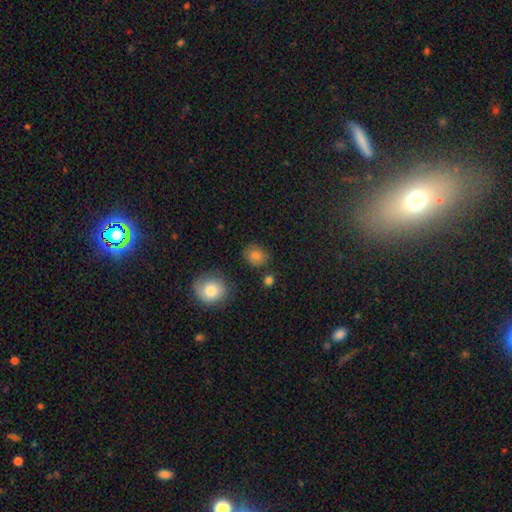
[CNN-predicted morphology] smooth-or-featured: smooth: 79% | star or artifact: 12% | featured or disk: 8%
  how-rounded: round: 70% | in between: 29% | cigar-shaped: 1%
  merging: none: 82% | minor disturbance: 11% | merger: 3% | major disturbance: 3%